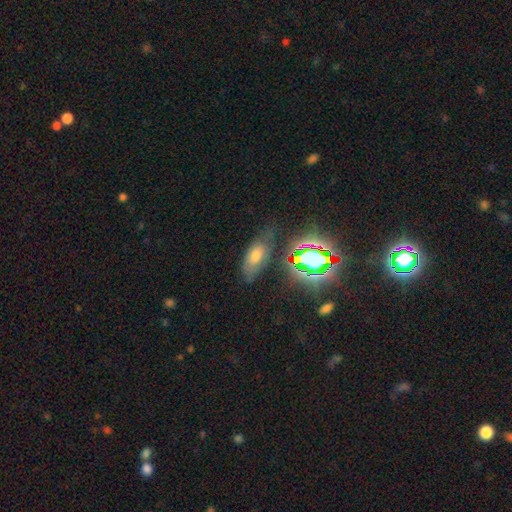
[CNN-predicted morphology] smooth-or-featured: smooth: 51% | star or artifact: 28% | featured or disk: 22%
  how-rounded: in between: 83% | cigar-shaped: 11% | round: 7%
  merging: none: 65% | minor disturbance: 22% | major disturbance: 9% | merger: 4%